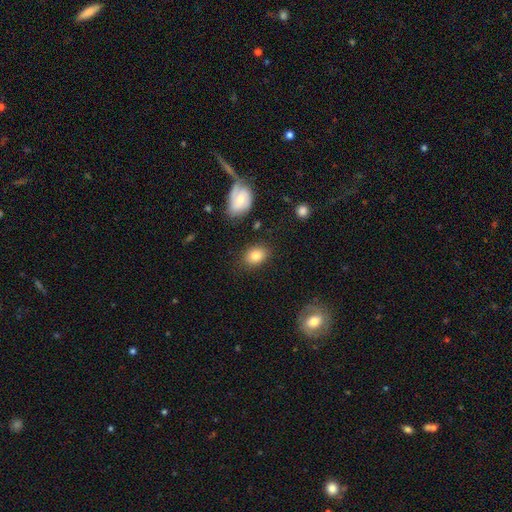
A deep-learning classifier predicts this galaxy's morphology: The model was most divided on "how rounded": in between: 71%, round: 28%, cigar-shaped: 1%. More confident: merging — none (82%); smooth or featured — smooth (81%).